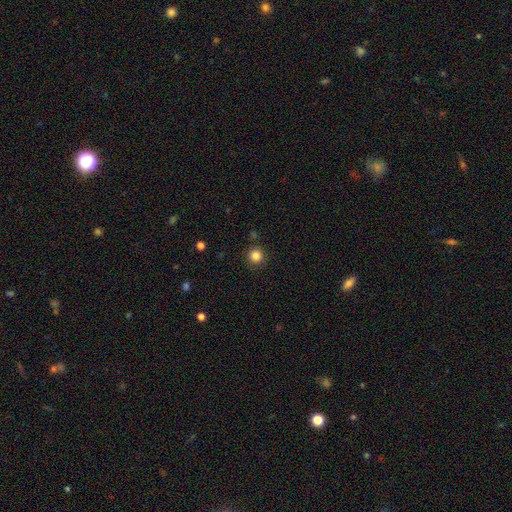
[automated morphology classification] smooth-or-featured: smooth: 85% | star or artifact: 11% | featured or disk: 3%
  how-rounded: round: 95% | in between: 4% | cigar-shaped: 1%
  merging: none: 90% | minor disturbance: 6% | merger: 2% | major disturbance: 2%